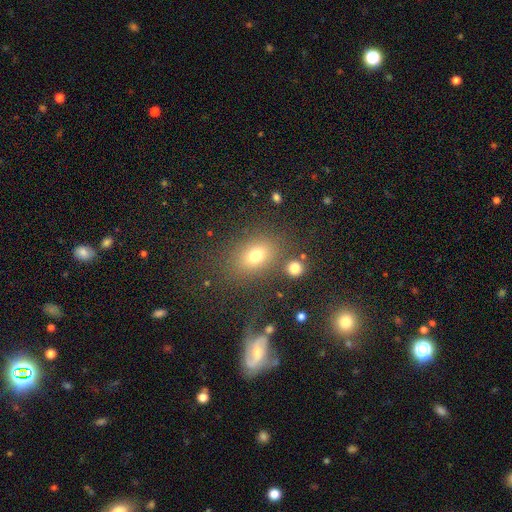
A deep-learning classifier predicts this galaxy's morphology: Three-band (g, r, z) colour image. It shows a smooth galaxy with no disk features (73%) that is in between round and cigar-shaped (67%). Merging: none (74%).